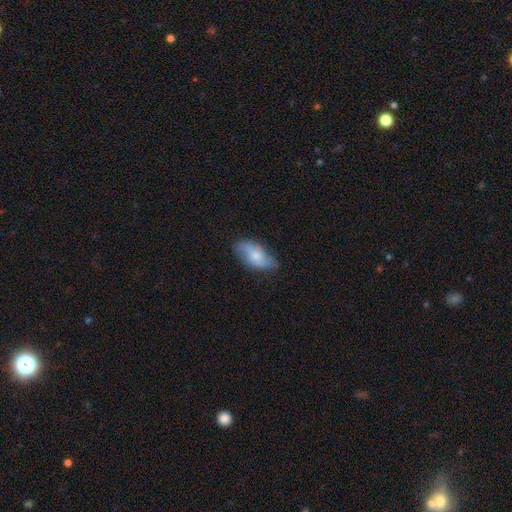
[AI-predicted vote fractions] A smooth galaxy with no disk features (58%) that is in between round and cigar-shaped (91%).

Vote fractions:
- Smooth or featured? smooth: 58% / featured or disk: 35% / star or artifact: 7%
- How rounded? in between: 91% / cigar-shaped: 5% / round: 4%
- Merging? none: 70% / minor disturbance: 23% / major disturbance: 5% / merger: 1%